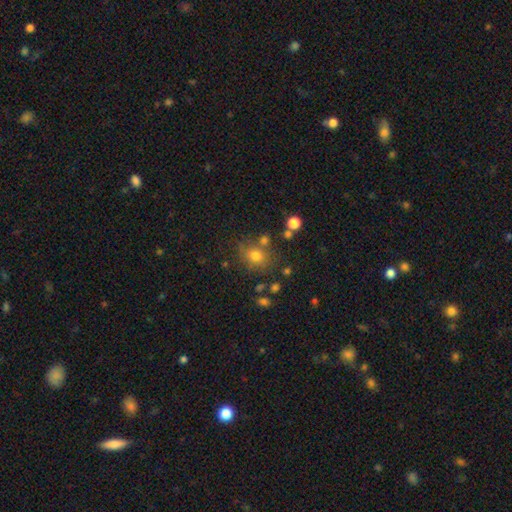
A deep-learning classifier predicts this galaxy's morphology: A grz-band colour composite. It shows a smooth galaxy with no disk features (72%) that is round (61%). Merging: none (67%).